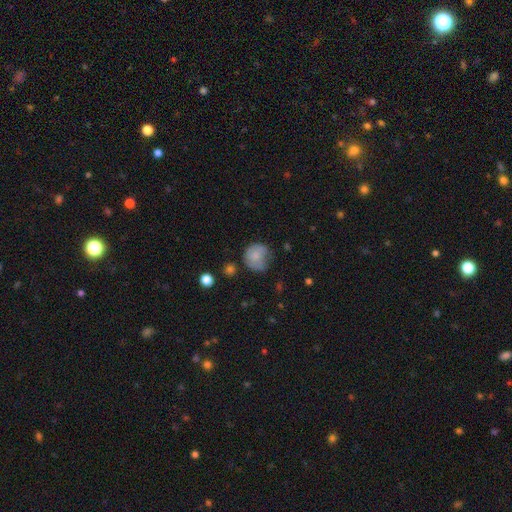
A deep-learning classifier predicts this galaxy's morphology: This is likely a smooth galaxy (74%). How rounded: likely round (79%). Merging: possibly none (47%).